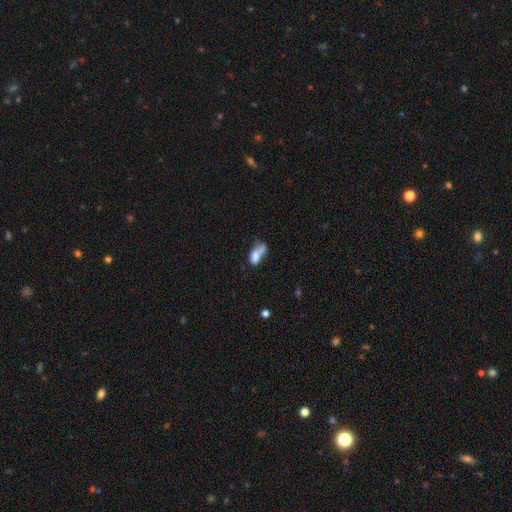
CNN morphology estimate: type=smooth (67%); roundness=in between (79%); merging=merger (54%).